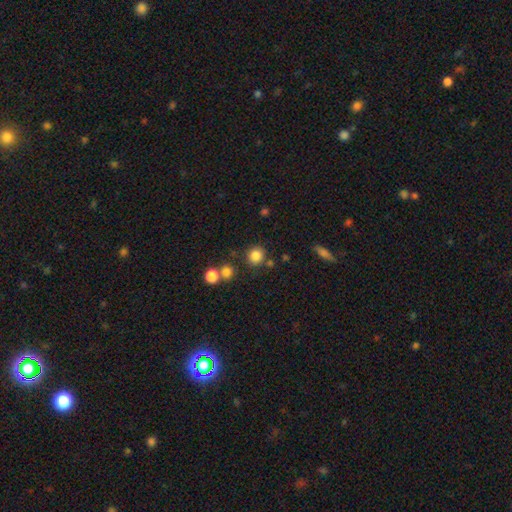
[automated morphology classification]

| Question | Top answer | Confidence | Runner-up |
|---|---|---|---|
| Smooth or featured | smooth | 83% | star or artifact (12%) |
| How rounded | round | 86% | in between (13%) |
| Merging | none | 79% | minor disturbance (9%) |